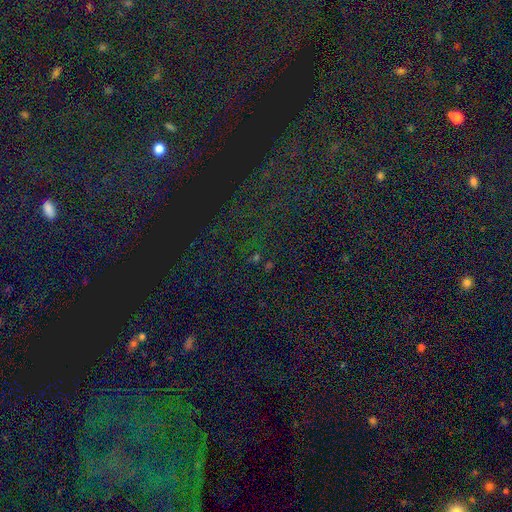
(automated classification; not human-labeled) This is clearly a star or artifact rather than a galaxy (80%).